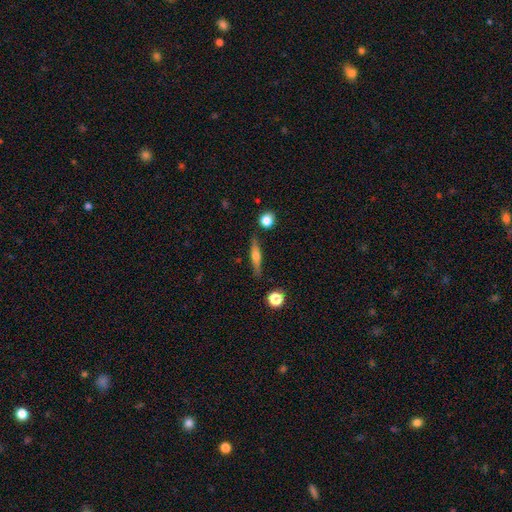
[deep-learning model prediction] Smooth or featured?
  - featured or disk: 50% *
  - smooth: 42%
  - star or artifact: 7%
Edge-on disk?
  - yes: 95% *
  - no: 5%
Merging?
  - none: 85% *
  - minor disturbance: 10%
  - merger: 3%
  - major disturbance: 2%